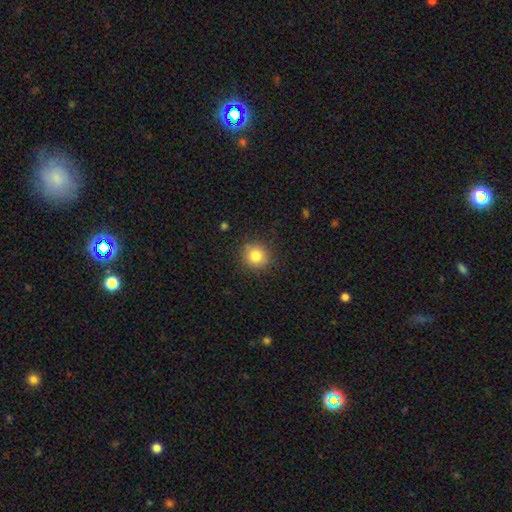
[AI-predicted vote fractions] This appears to be a smooth galaxy with no disk features (82%) that is round (88%). Merging: none (87%).